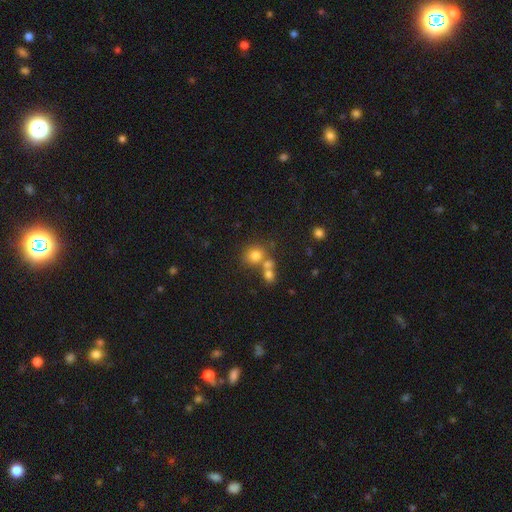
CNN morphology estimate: Smooth or featured? smooth (67%)
How rounded? round (83%)
Merging? none (55%)